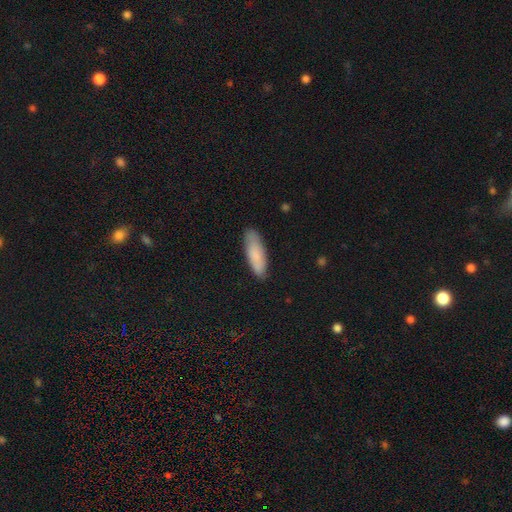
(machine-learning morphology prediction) type=smooth (83%); roundness=in between (54%); merging=none (82%).